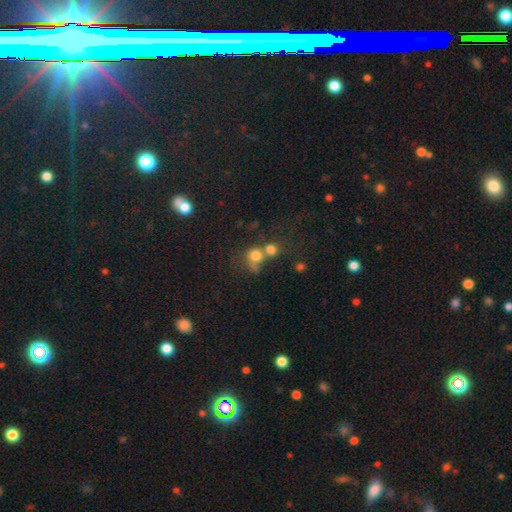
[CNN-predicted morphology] This is likely a smooth galaxy (73%). How rounded: likely round (74%). Merging: possibly merger (58%).